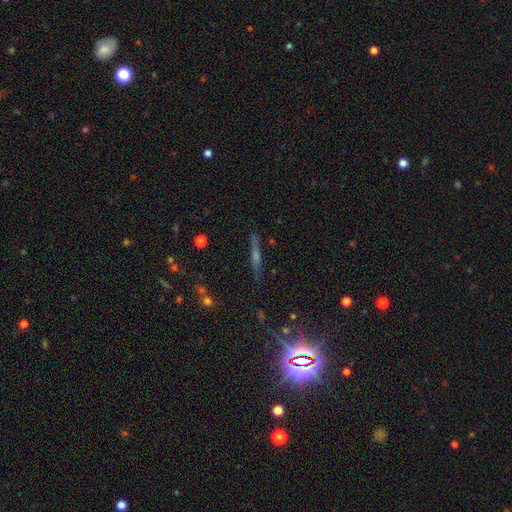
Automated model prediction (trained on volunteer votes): A featured or disk galaxy (55%) viewed edge-on (93%) with a rounded central bulge (68%).

Vote fractions:
- Smooth or featured? featured or disk: 55% / smooth: 24% / star or artifact: 22%
- Edge-on disk? yes: 93% / no: 7%
- Edge-on bulge? rounded: 68% / none: 20% / boxy: 13%
- Merging? none: 85% / minor disturbance: 10% / major disturbance: 3% / merger: 2%